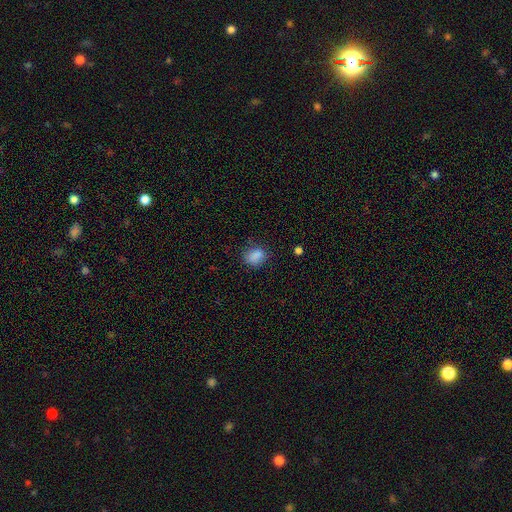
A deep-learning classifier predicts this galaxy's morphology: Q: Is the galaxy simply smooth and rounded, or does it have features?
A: smooth — 84%.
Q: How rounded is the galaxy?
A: in between — 59%.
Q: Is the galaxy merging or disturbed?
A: none — 71%.